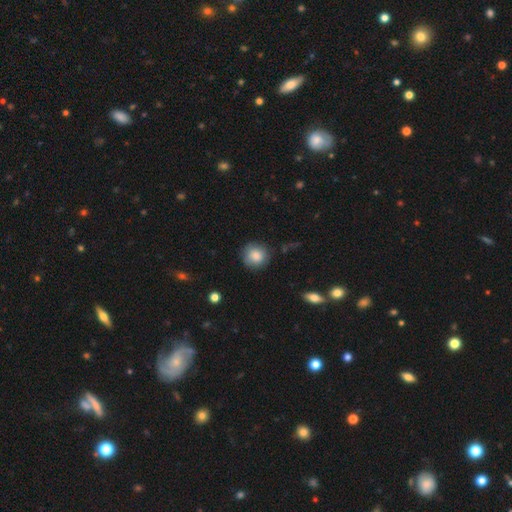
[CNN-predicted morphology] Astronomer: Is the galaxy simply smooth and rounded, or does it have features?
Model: smooth — 85%.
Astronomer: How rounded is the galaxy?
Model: round — 90%.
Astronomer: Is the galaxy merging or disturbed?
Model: none — 83%.